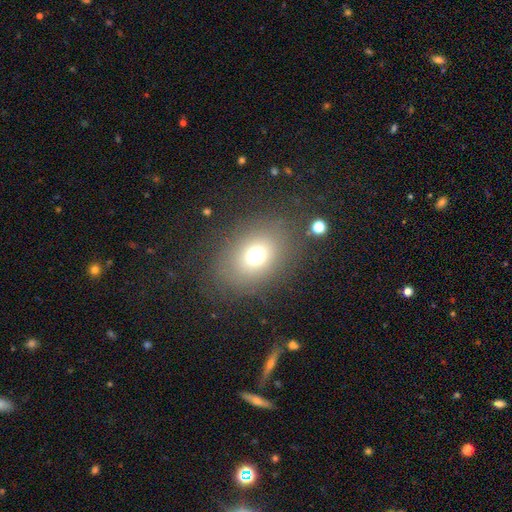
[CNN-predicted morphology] The model was most divided on "how rounded": in between: 50%, round: 49%, cigar-shaped: 1%. More confident: merging — none (79%); smooth or featured — smooth (69%).